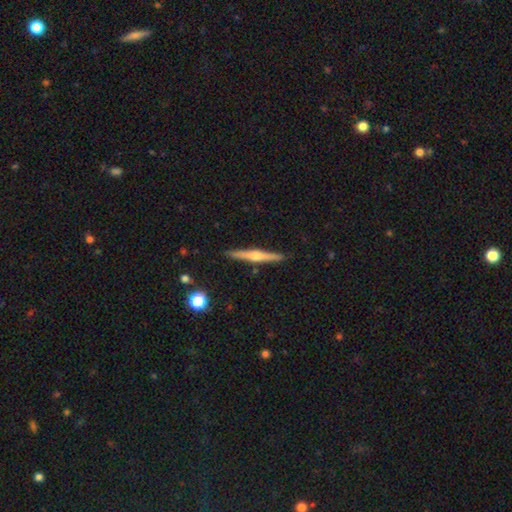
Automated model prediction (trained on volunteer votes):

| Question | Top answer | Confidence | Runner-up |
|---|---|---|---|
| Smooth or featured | featured or disk | 70% | smooth (24%) |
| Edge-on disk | yes | 98% | no (2%) |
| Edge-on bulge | rounded | 85% | boxy (8%) |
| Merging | none | 91% | minor disturbance (7%) |